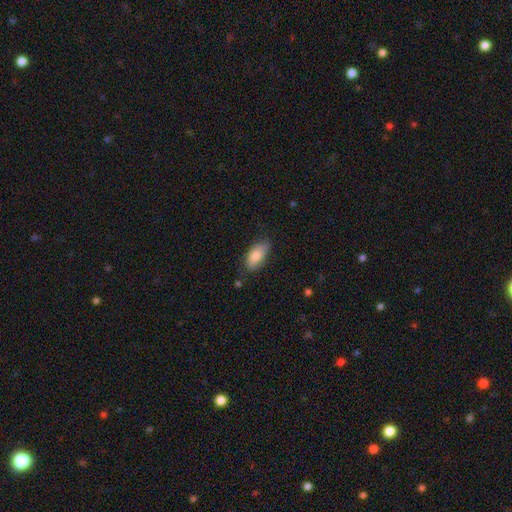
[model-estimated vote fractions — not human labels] Overall: smooth (83%). How rounded: in between (90%). Merging: none (72%).